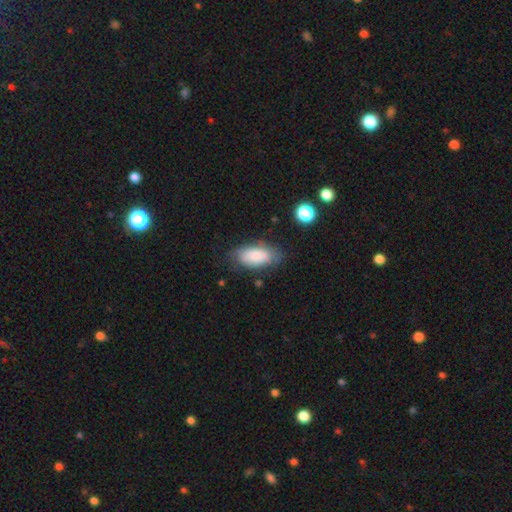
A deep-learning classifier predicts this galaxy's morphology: Smooth or featured? smooth (81%)
How rounded? in between (92%)
Merging? none (70%)